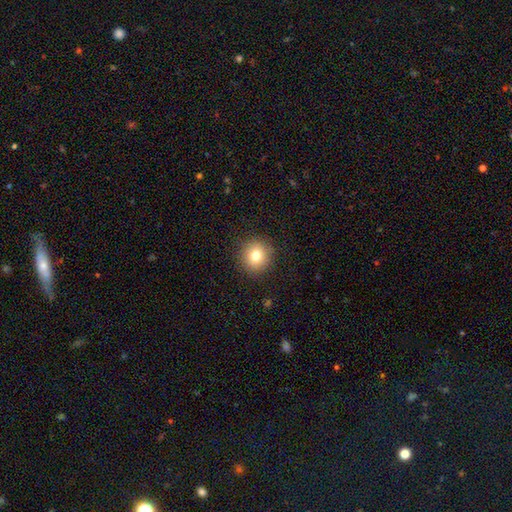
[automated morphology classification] smooth-or-featured: smooth: 80% | star or artifact: 11% | featured or disk: 10%
  how-rounded: round: 91% | in between: 8% | cigar-shaped: 1%
  merging: none: 90% | minor disturbance: 7% | major disturbance: 2% | merger: 1%